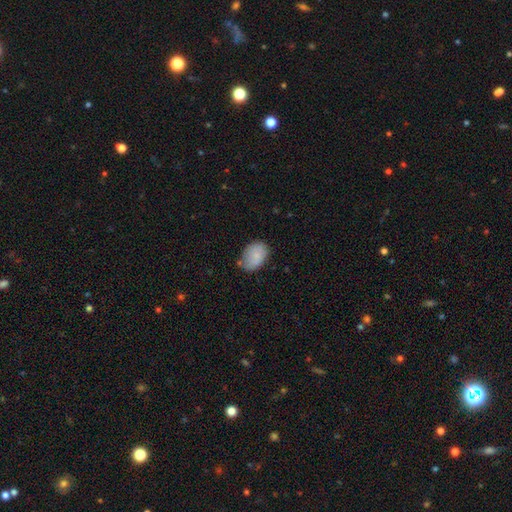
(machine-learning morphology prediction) A smooth galaxy with no disk features (81%) that is in between round and cigar-shaped (80%). Merging: none (64%).